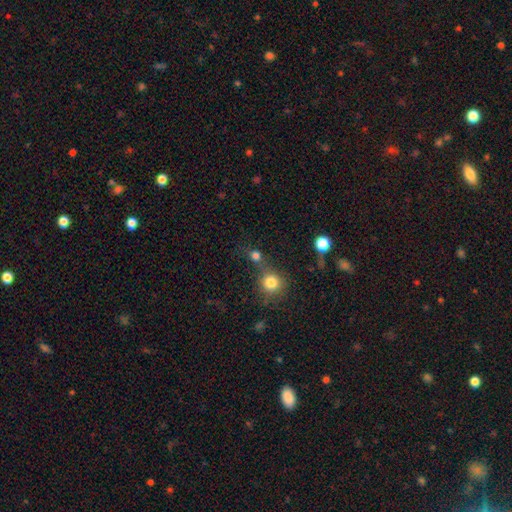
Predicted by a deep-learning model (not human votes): Morphology: type=smooth (76%); roundness=round (83%); merging=none (53%).